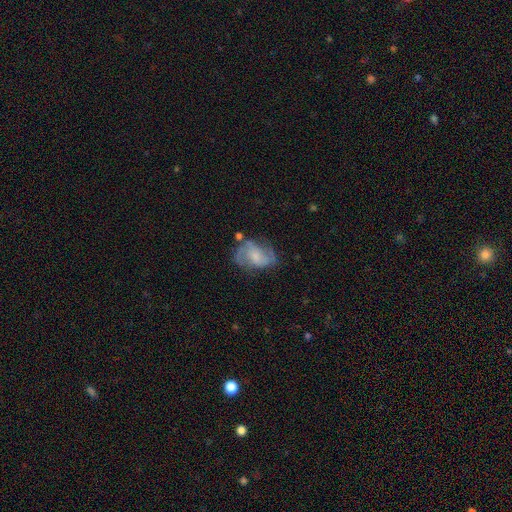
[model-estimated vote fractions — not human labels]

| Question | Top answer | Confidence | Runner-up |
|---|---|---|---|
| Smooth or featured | featured or disk | 69% | smooth (24%) |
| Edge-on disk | no | 97% | yes (3%) |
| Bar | no | 54% | weak (37%) |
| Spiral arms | yes | 85% | no (15%) |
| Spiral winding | medium | 48% | loose (28%) |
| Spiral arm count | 2 | 75% | can't tell (14%) |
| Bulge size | small | 38% | moderate (31%) |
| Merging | none | 53% | minor disturbance (25%) |